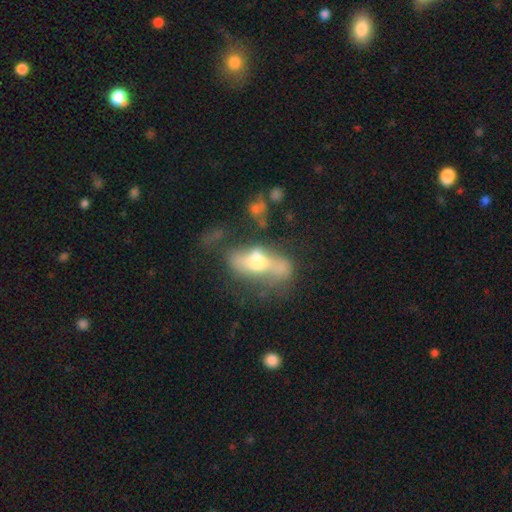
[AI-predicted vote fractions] featured or disk 54%, smooth 36%, star or artifact 10%. Down the decision tree: edge-on disk — no (78%); merging — major disturbance (34%).